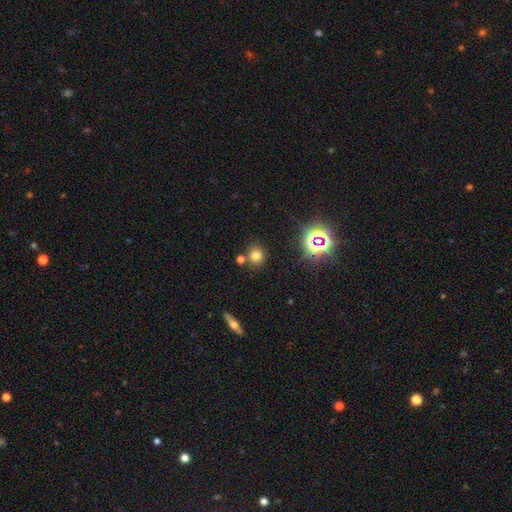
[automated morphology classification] This is likely a smooth galaxy (70%). How rounded: clearly round (83%). Merging: likely none (75%).